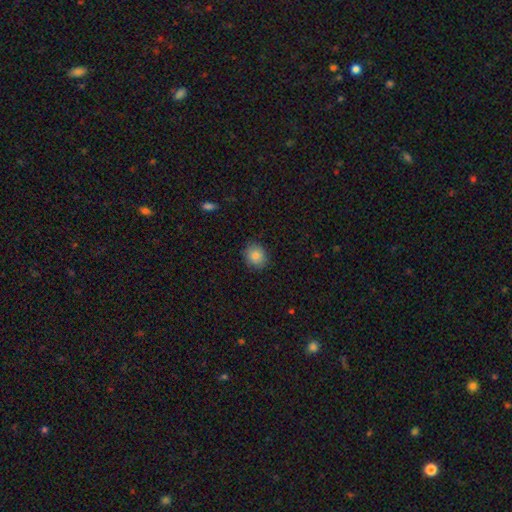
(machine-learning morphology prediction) Overall: smooth (85%). How rounded: round (72%). Merging: none (86%).